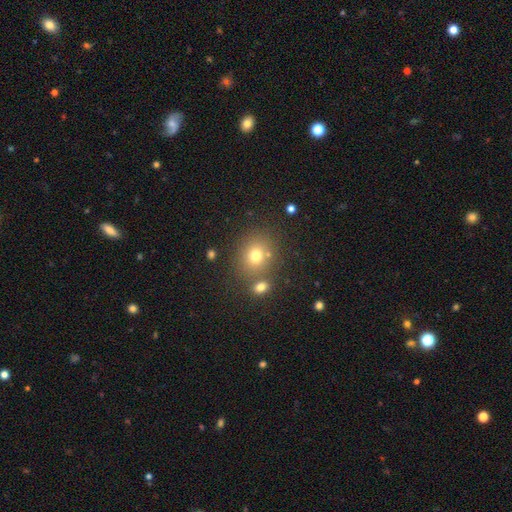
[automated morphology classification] smooth_or_featured: smooth (p=0.73) [alt: star or artifact p=0.16]
how_rounded: round (p=0.69) [alt: in between p=0.30]
merging: none (p=0.69) [alt: merger p=0.17]